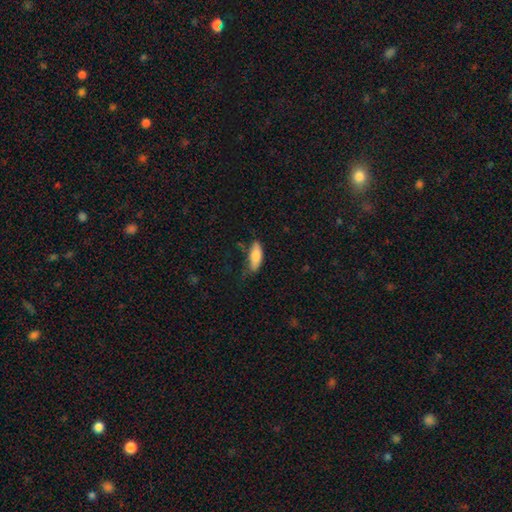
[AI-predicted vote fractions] Smooth or featured?
  - smooth: 79% *
  - featured or disk: 14%
  - star or artifact: 6%
How rounded?
  - in between: 73% *
  - cigar-shaped: 25%
  - round: 2%
Merging?
  - none: 54% *
  - minor disturbance: 33%
  - major disturbance: 11%
  - merger: 3%